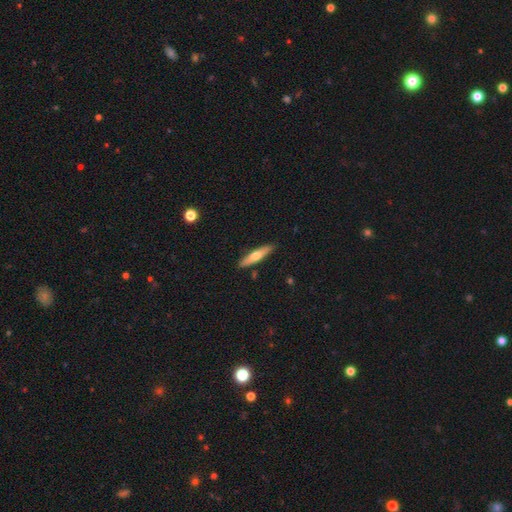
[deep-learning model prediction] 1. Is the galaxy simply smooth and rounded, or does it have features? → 53% smooth, 42% featured or disk, 6% star or artifact.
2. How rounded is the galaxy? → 82% cigar-shaped, 16% in between, 2% round.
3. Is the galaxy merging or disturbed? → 88% none, 8% minor disturbance, 2% merger, 2% major disturbance.